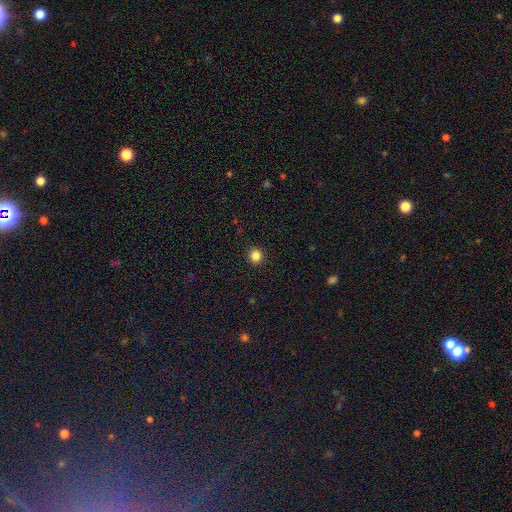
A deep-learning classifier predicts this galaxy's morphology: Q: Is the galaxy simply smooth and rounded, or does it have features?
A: smooth — 85%.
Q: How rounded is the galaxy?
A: round — 90%.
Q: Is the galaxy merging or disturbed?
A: none — 92%.